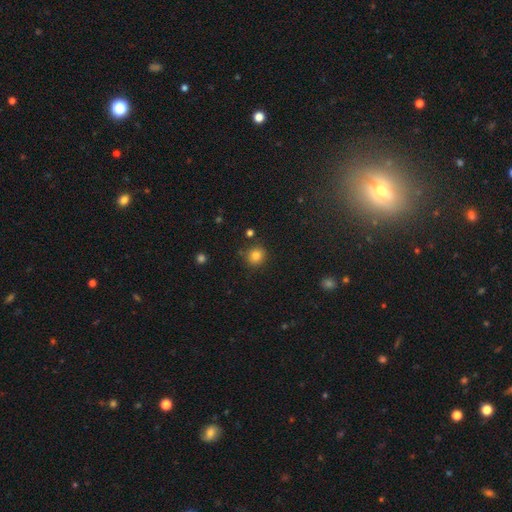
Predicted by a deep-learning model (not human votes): This appears to be a smooth galaxy with no disk features (82%) that is round (87%). Merging: none (85%).